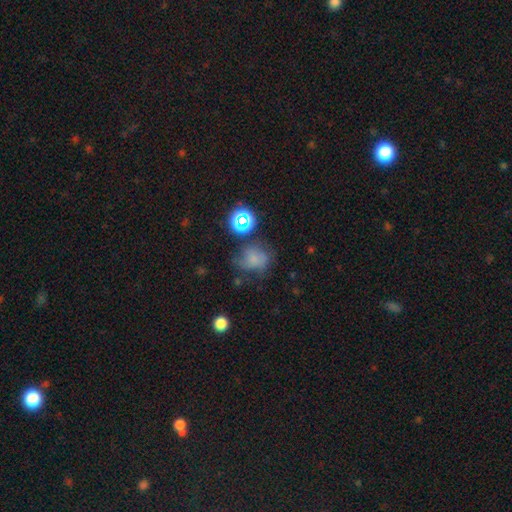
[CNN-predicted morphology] Smooth or featured? Predicted: smooth (p=0.49). Merging? Predicted: none (p=0.50).